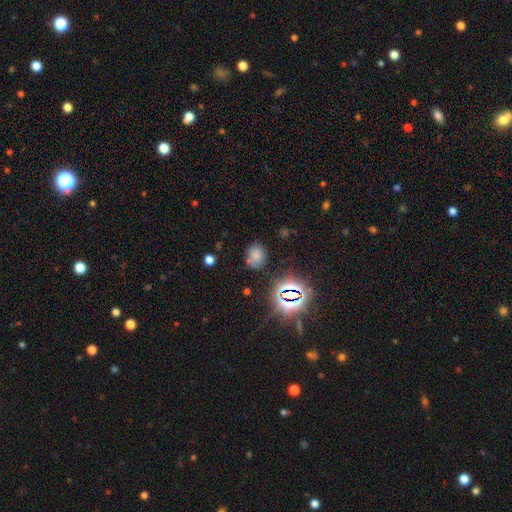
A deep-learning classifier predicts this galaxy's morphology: The model was most divided on "how rounded": round: 52%, in between: 47%, cigar-shaped: 1%. More confident: merging — none (72%); smooth or featured — smooth (69%).